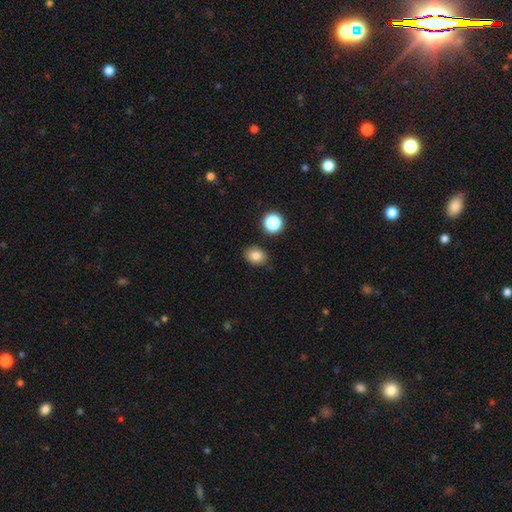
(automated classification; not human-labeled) Smooth or featured? smooth (82%)
How rounded? in between (60%)
Merging? none (82%)